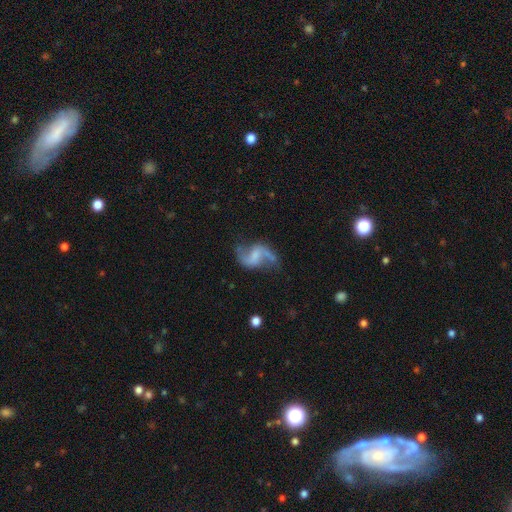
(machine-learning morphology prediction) This appears to be a featured or disk galaxy (84%) with a weak bar (49%), 2 (92%) loose (75%) spiral arms (94%) and no central bulge (45%). Merging: none (66%).